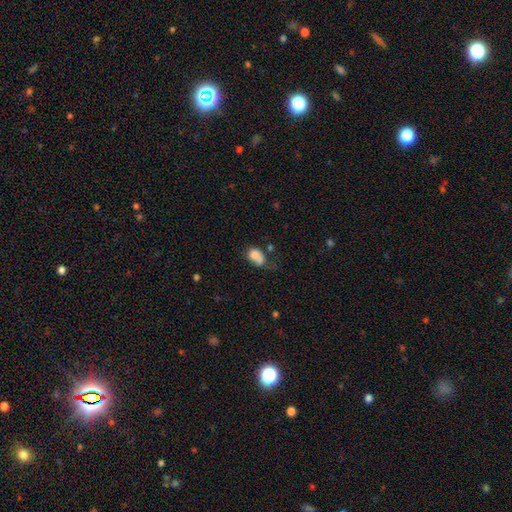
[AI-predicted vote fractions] Morphology: type=smooth (75%); roundness=in between (64%); merging=none (29%).